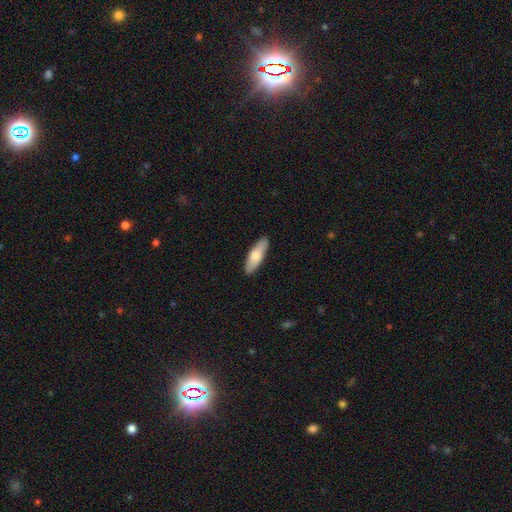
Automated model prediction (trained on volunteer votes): A smooth galaxy with no disk features (73%) that is in between round and cigar-shaped (50%).

Vote fractions:
- Smooth or featured? smooth: 73% / featured or disk: 22% / star or artifact: 5%
- How rounded? in between: 50% / cigar-shaped: 48% / round: 2%
- Merging? none: 89% / minor disturbance: 9% / major disturbance: 2% / merger: 1%